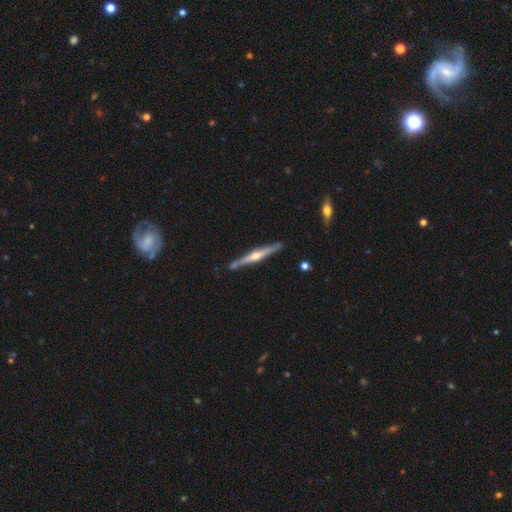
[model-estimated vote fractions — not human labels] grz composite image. It shows a featured or disk galaxy (78%) viewed edge-on (98%) with a rounded central bulge (88%). Merging: none (85%).